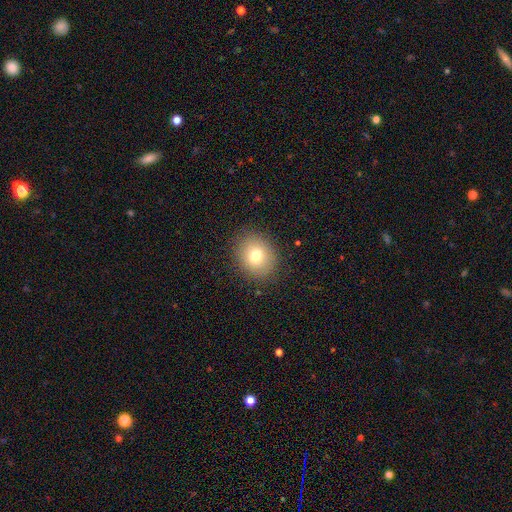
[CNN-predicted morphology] Q: Smooth or featured?
A: smooth (76%); runner-up: featured or disk (12%)
Q: How rounded?
A: round (70%); runner-up: in between (29%)
Q: Merging?
A: none (87%); runner-up: minor disturbance (9%)